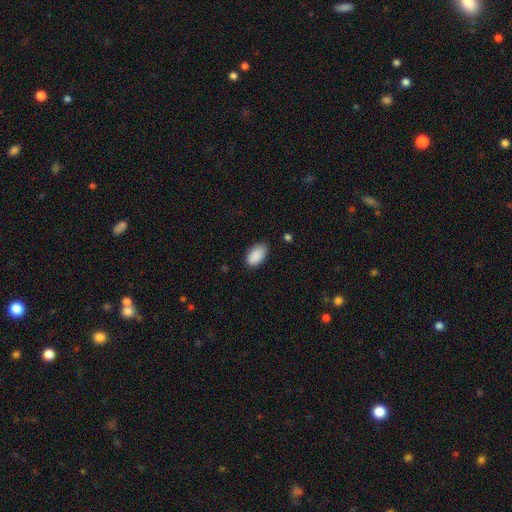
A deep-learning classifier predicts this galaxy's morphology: Q: Smooth or featured?
A: smooth (90%); runner-up: star or artifact (7%)
Q: How rounded?
A: in between (94%); runner-up: round (4%)
Q: Merging?
A: none (83%); runner-up: minor disturbance (14%)